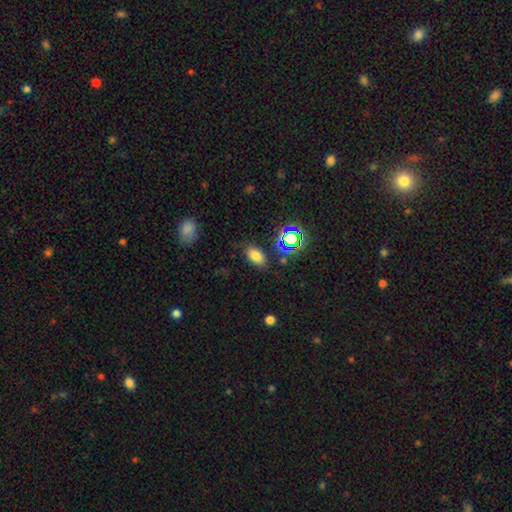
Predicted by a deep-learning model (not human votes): This appears to be a smooth galaxy with no disk features (74%) that is in between round and cigar-shaped (87%). Merging: none (80%).